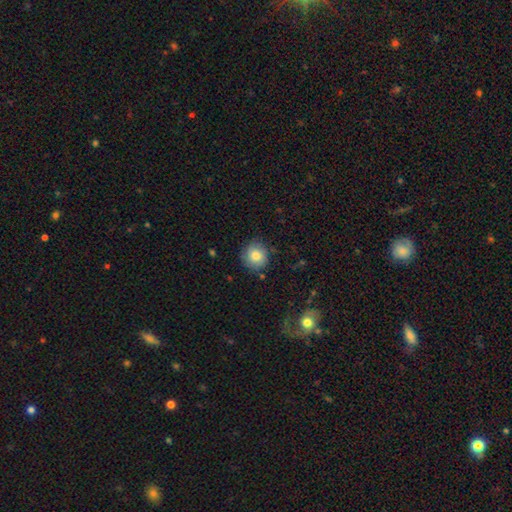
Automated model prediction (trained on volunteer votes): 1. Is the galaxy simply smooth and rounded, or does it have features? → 79% smooth, 12% featured or disk, 9% star or artifact.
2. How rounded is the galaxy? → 88% round, 11% in between, 1% cigar-shaped.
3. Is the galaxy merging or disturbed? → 80% none, 15% minor disturbance, 3% major disturbance, 2% merger.